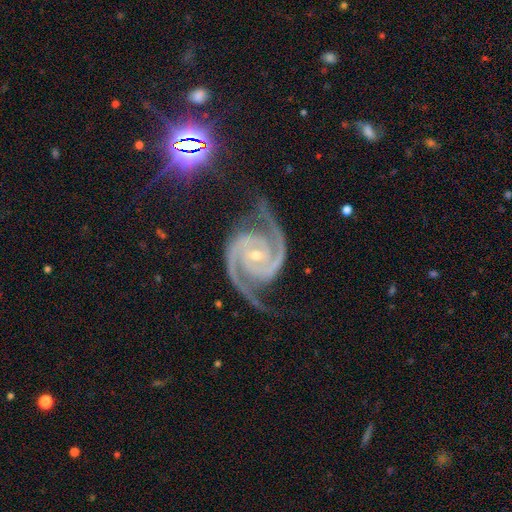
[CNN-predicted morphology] This appears to be a featured or disk galaxy (94%) with no bar (54%), 2 (91%) tight (47%, tied with medium) spiral arms (99%) and a small central bulge (70%). Merging: none (76%).